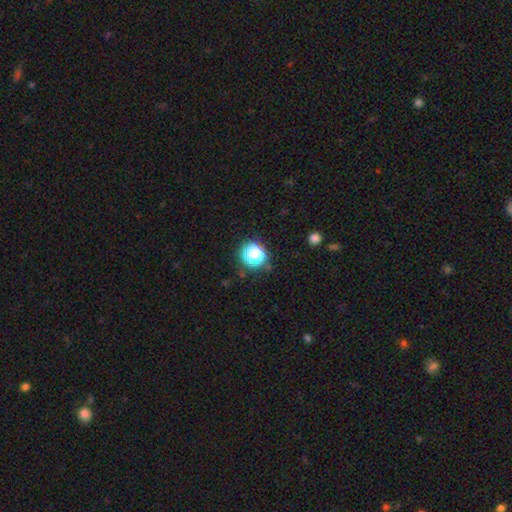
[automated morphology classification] A smooth galaxy with no disk features (49%). Merging: none (75%).